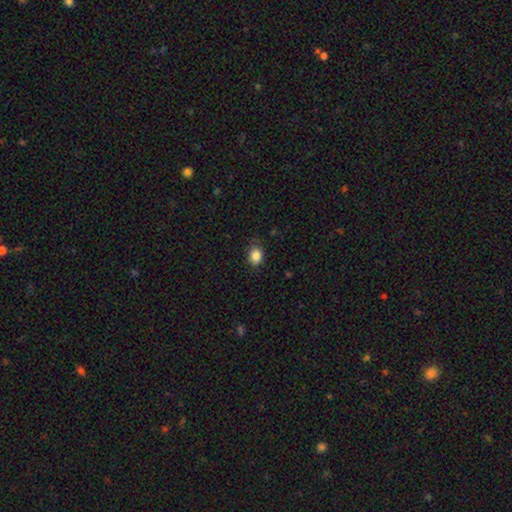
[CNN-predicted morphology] The model was most divided on "how rounded": in between: 61%, round: 38%, cigar-shaped: 1%. More confident: smooth or featured — smooth (86%); merging — none (81%).